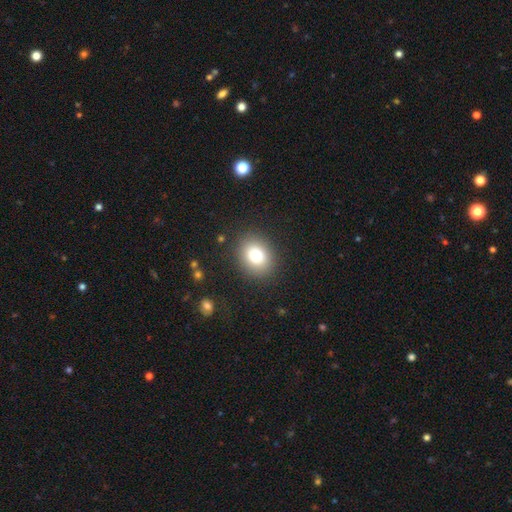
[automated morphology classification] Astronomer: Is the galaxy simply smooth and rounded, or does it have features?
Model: smooth — 79%.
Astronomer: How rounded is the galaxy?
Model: round — 54% (runner-up: in between, 45%).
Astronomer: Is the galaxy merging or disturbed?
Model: none — 88%.